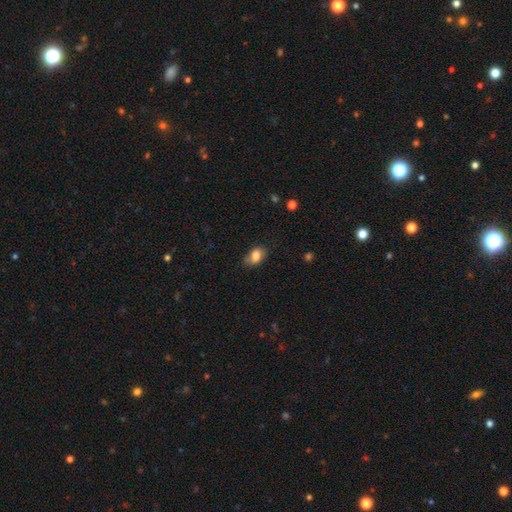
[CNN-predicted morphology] Smooth or featured? smooth (81%)
How rounded? in between (82%)
Merging? none (63%)